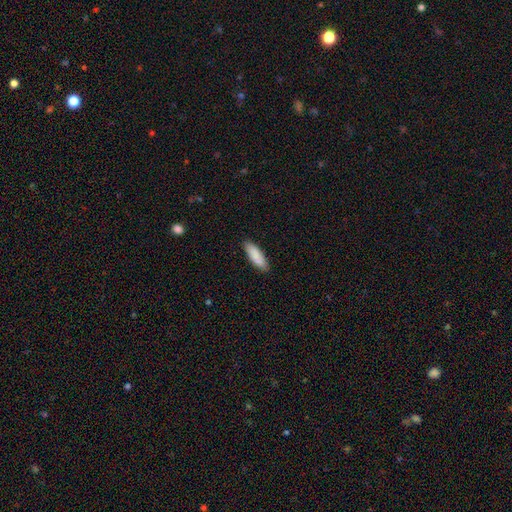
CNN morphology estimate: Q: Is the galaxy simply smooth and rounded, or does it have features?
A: smooth — 89%.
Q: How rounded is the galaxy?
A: in between — 54%.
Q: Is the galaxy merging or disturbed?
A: none — 89%.